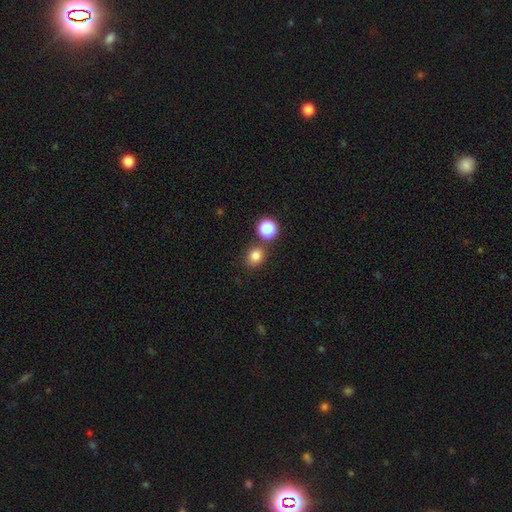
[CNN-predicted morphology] Smooth or featured?
  - smooth: 81% *
  - star or artifact: 14%
  - featured or disk: 6%
How rounded?
  - round: 69% *
  - in between: 30%
  - cigar-shaped: 1%
Merging?
  - none: 74% *
  - merger: 14%
  - minor disturbance: 9%
  - major disturbance: 3%